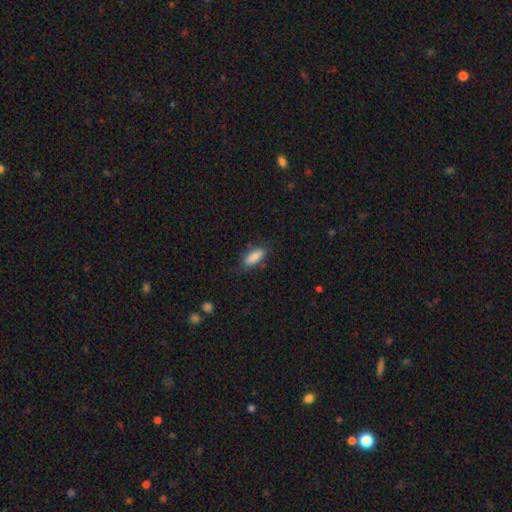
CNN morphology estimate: Smooth or featured? Predicted: smooth (p=0.87). How rounded? Predicted: in between (p=0.73). Merging? Predicted: none (p=0.78).